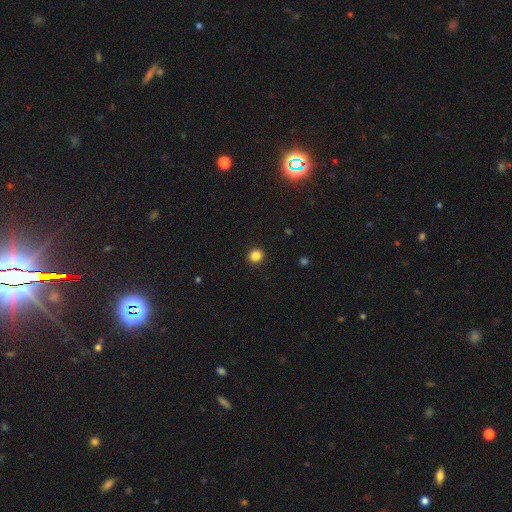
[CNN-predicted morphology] A smooth galaxy with no disk features (85%) that is round (87%). Merging: none (92%).